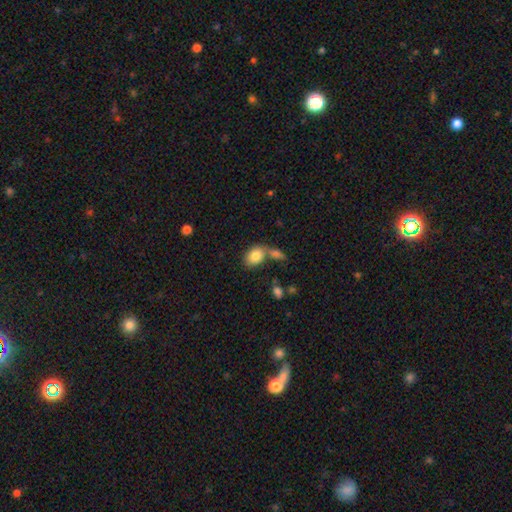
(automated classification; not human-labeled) Smooth or featured: smooth — 82% (featured or disk — 10%)
How rounded: in between — 80% (round — 18%)
Merging: none — 49% (merger — 34%)